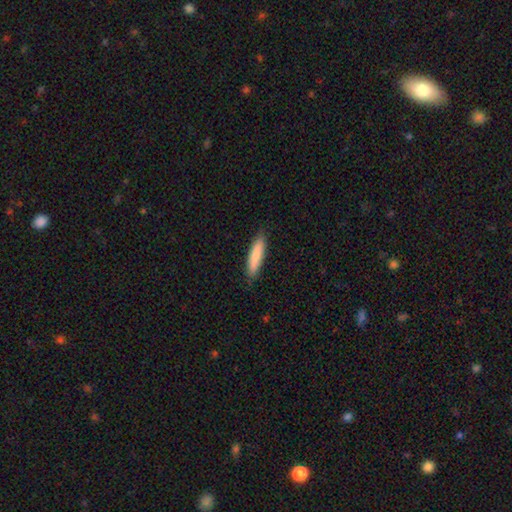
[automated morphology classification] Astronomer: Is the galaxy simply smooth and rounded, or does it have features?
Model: smooth — 83%.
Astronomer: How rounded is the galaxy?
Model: cigar-shaped — 78%.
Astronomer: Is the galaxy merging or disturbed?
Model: none — 86%.